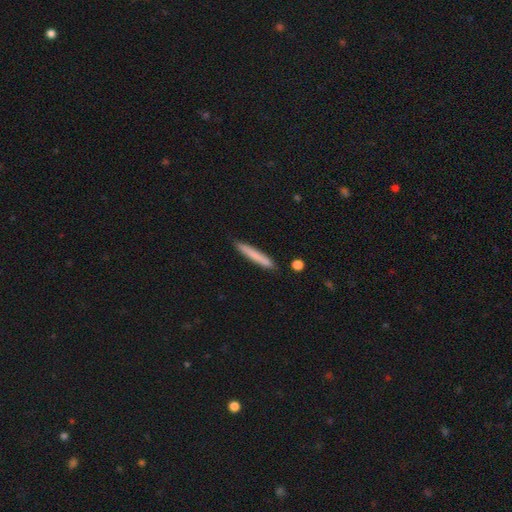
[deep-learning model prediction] smooth-or-featured: smooth: 75% | featured or disk: 18% | star or artifact: 6%
  how-rounded: cigar-shaped: 96% | in between: 3% | round: 1%
  merging: none: 87% | minor disturbance: 9% | merger: 2% | major disturbance: 2%